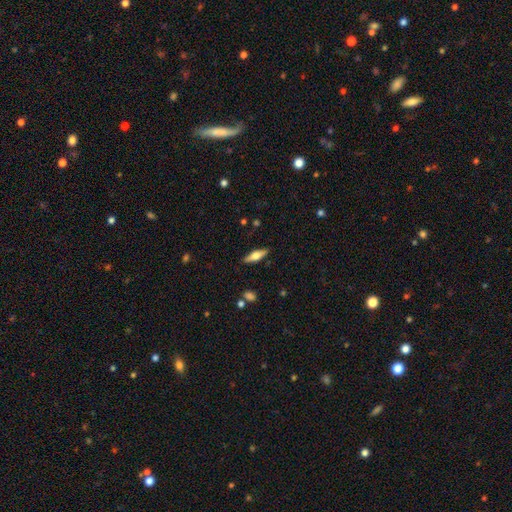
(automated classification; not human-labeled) This appears to be a featured or disk galaxy (48%). Merging: none (88%).